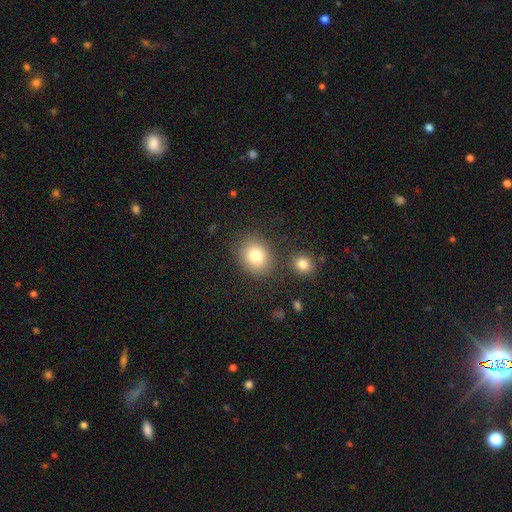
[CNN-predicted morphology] smooth_or_featured: smooth (p=0.80) [alt: star or artifact p=0.10]
how_rounded: round (p=0.64) [alt: in between p=0.35]
merging: none (p=0.78) [alt: minor disturbance p=0.11]